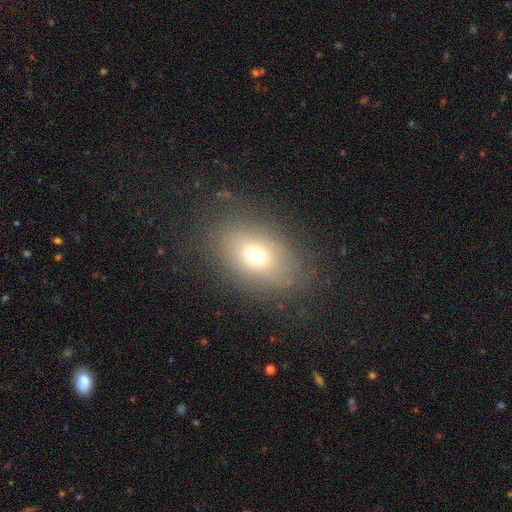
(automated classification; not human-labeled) smooth_or_featured: smooth (p=0.67) [alt: featured or disk p=0.16]
how_rounded: in between (p=0.75) [alt: round p=0.23]
merging: none (p=0.79) [alt: minor disturbance p=0.13]